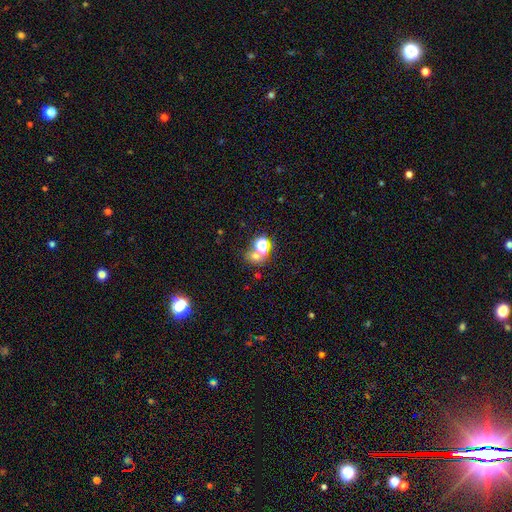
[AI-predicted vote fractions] Smooth or featured?
  - smooth: 46% *
  - star or artifact: 43%
  - featured or disk: 11%
Merging?
  - none: 53% *
  - merger: 29%
  - minor disturbance: 10%
  - major disturbance: 8%